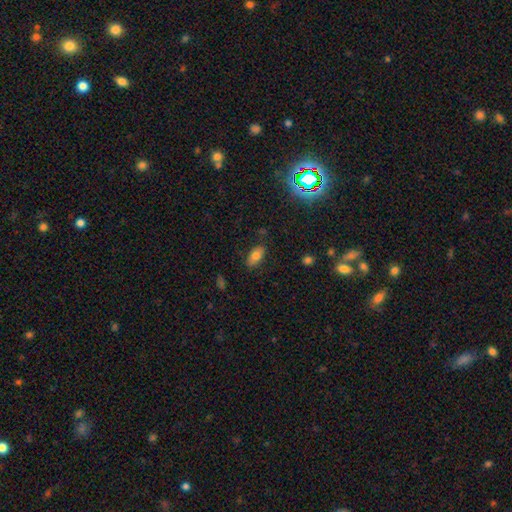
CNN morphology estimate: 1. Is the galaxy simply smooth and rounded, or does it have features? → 76% smooth, 14% featured or disk, 10% star or artifact.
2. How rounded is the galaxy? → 89% in between, 7% cigar-shaped, 4% round.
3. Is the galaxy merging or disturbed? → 83% none, 13% minor disturbance, 3% major disturbance, 2% merger.